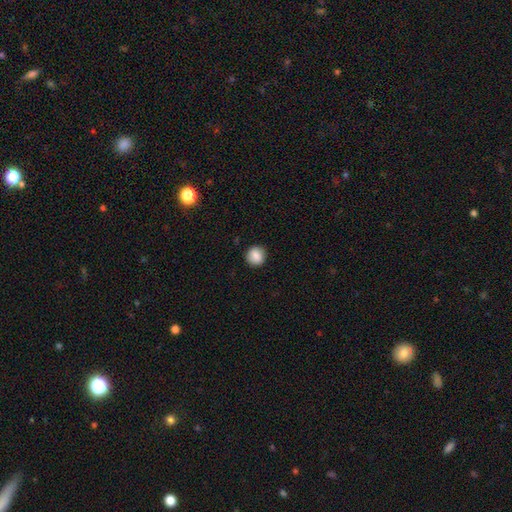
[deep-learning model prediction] Morphology: type=smooth (88%); roundness=round (91%); merging=none (91%).